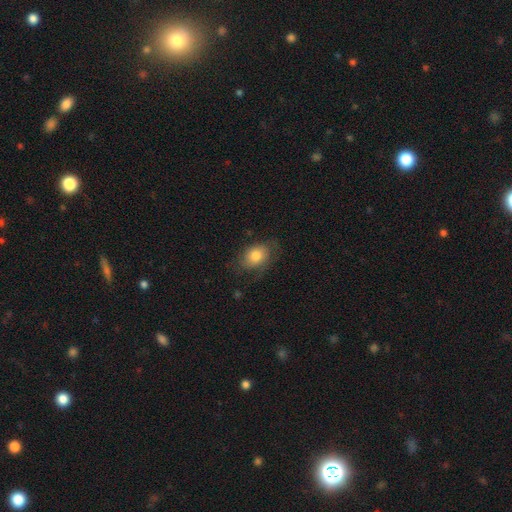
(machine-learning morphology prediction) Q: Smooth or featured?
A: smooth (72%); runner-up: featured or disk (20%)
Q: How rounded?
A: in between (70%); runner-up: round (29%)
Q: Merging?
A: none (63%); runner-up: minor disturbance (24%)